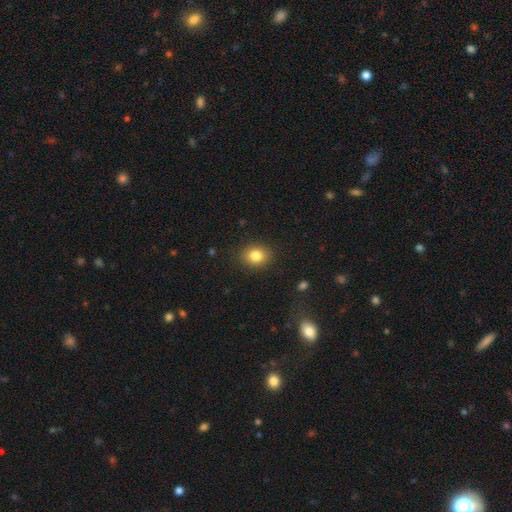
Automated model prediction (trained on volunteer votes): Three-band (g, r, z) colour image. It shows a smooth galaxy with no disk features (83%) that is round (63%). Merging: none (88%).